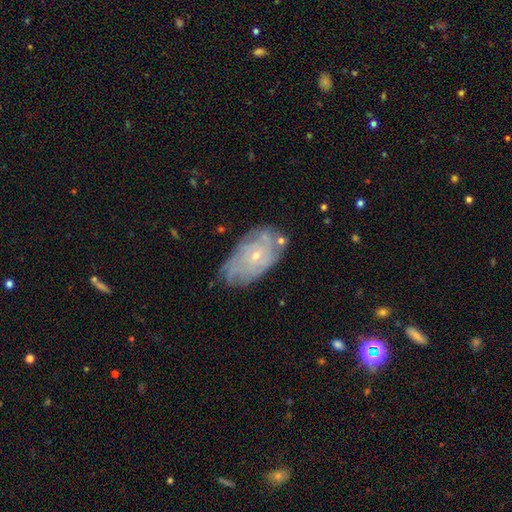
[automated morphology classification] The model was most divided on "spiral arm count": can't tell: 54%, 4: 14%, 3: 10%, 2: 9%, more than 4: 9%, 1: 5%. More confident: edge-on disk — no (95%); spiral arms — yes (84%); bar — no (79%); bulge size — small (76%); smooth or featured — featured or disk (73%); spiral winding — tight (69%); merging — none (65%).